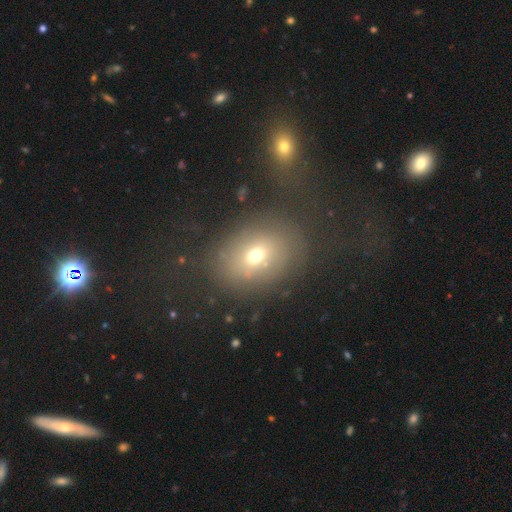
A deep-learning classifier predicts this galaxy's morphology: Smooth or featured: smooth — 65% (featured or disk — 18%)
How rounded: in between — 55% (round — 44%)
Merging: none — 63% (minor disturbance — 16%)